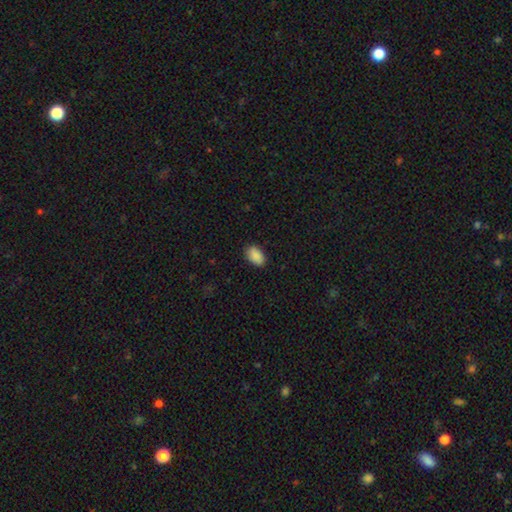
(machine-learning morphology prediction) Overall: smooth (90%). How rounded: in between (92%). Merging: none (86%).